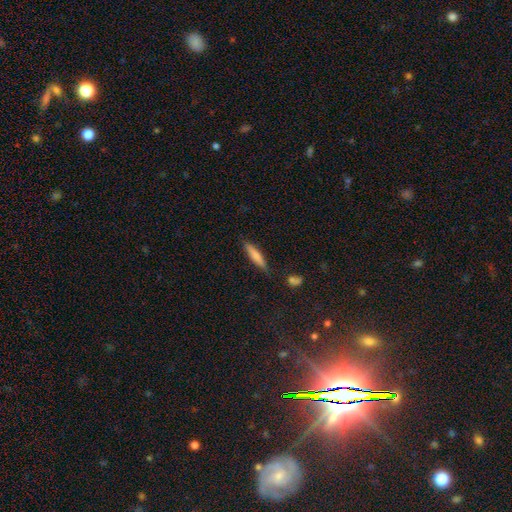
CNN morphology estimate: Smooth or featured? smooth (72%)
How rounded? cigar-shaped (85%)
Merging? none (82%)